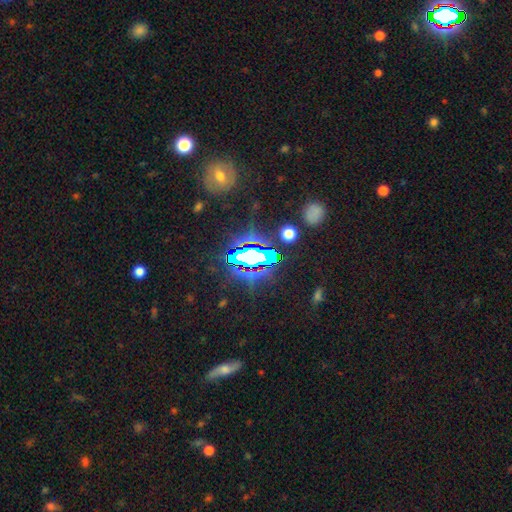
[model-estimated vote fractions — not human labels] The model was most divided on "smooth or featured": star or artifact: 69%, smooth: 18%, featured or disk: 13%.